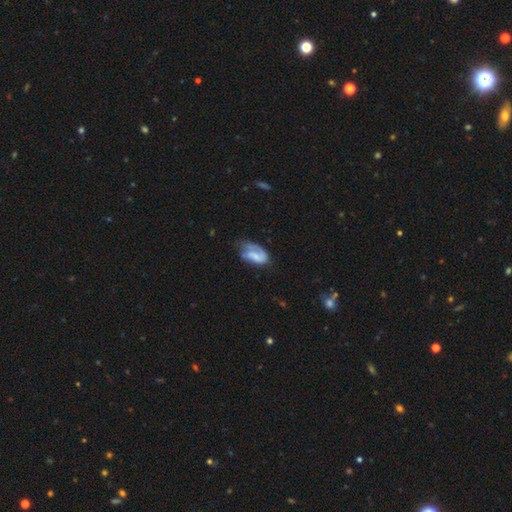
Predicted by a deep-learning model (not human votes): Overall: smooth (47%; featured or disk 46%). Merging: minor disturbance (34%; none 32%).